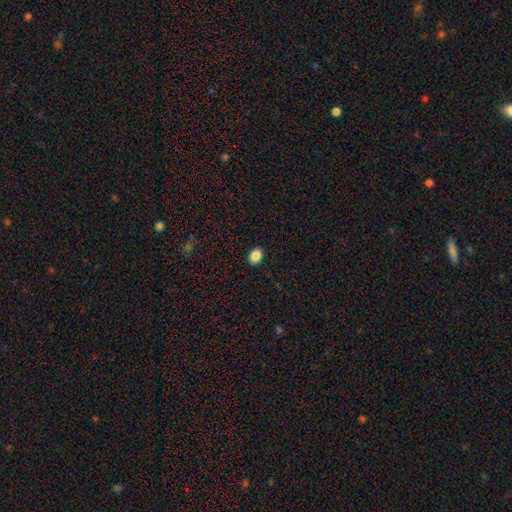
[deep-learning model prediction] smooth-or-featured: smooth: 87% | star or artifact: 9% | featured or disk: 4%
  how-rounded: in between: 71% | round: 28% | cigar-shaped: 1%
  merging: none: 90% | minor disturbance: 7% | major disturbance: 2% | merger: 1%